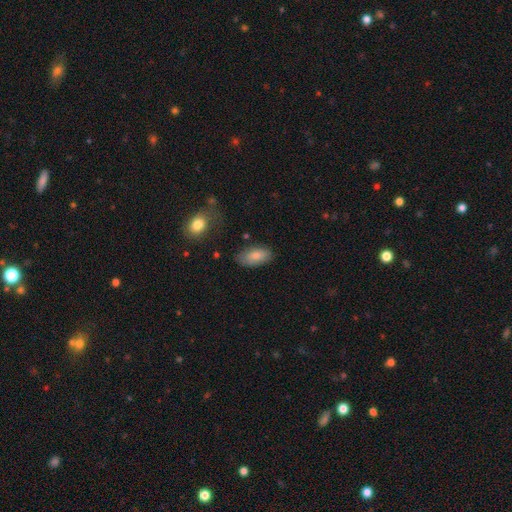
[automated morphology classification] Smooth or featured: smooth — 82% (featured or disk — 12%)
How rounded: in between — 92% (cigar-shaped — 5%)
Merging: none — 75% (minor disturbance — 19%)